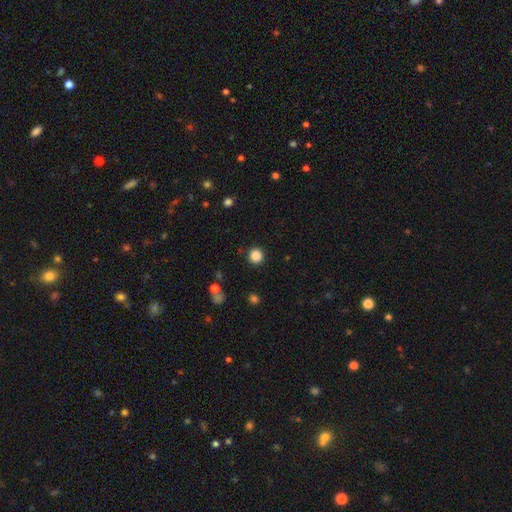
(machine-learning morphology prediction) Smooth or featured: smooth — 85% (star or artifact — 11%)
How rounded: round — 93% (in between — 6%)
Merging: none — 91% (minor disturbance — 5%)